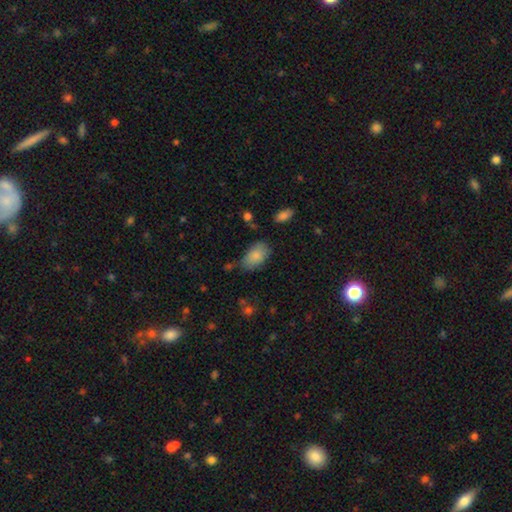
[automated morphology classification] smooth_or_featured: smooth (p=0.84) [alt: featured or disk p=0.09]
how_rounded: in between (p=0.92) [alt: round p=0.06]
merging: none (p=0.67) [alt: minor disturbance p=0.24]